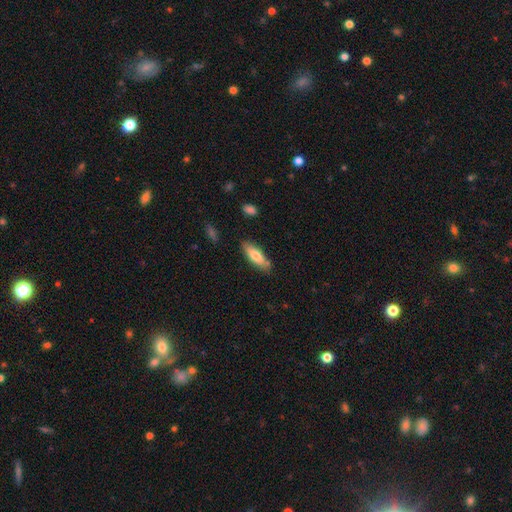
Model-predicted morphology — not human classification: A smooth galaxy with no disk features (72%) that is in between round and cigar-shaped (56%). Merging: none (79%).